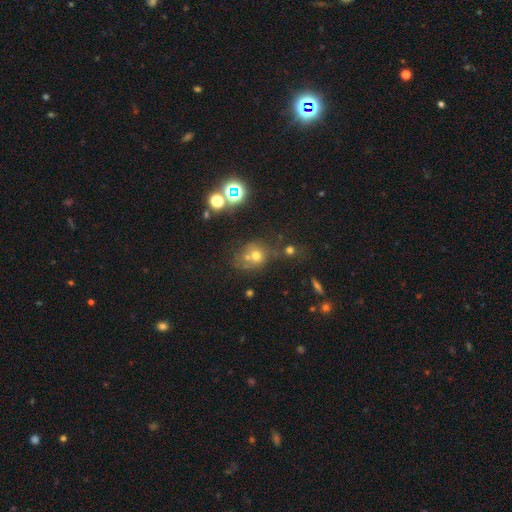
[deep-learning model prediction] This appears to be a smooth galaxy with no disk features (58%) that is round (75%). Merging: none (47%).